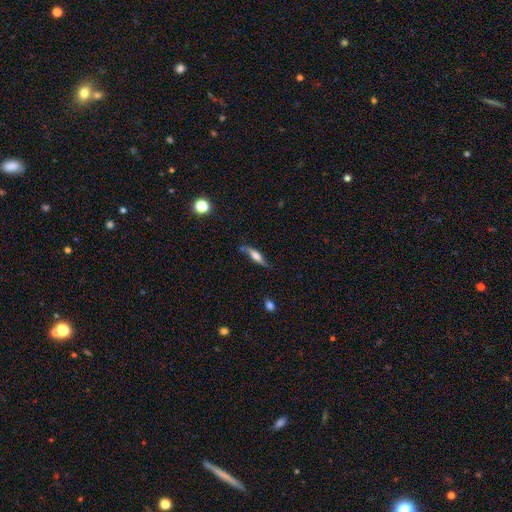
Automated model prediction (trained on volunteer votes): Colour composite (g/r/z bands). It shows a smooth galaxy with no disk features (52%) that is cigar-shaped (68%). Merging: none (68%).